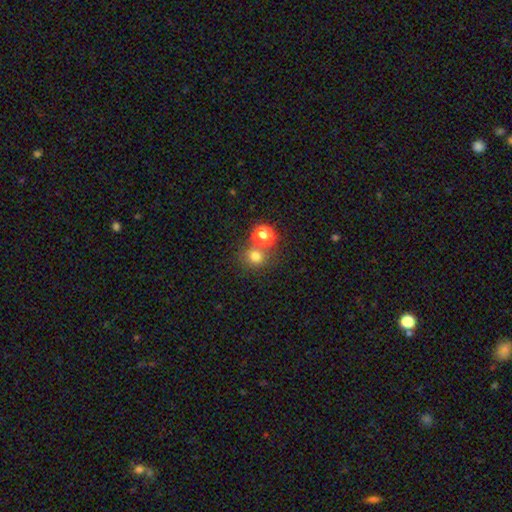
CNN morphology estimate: Smooth or featured? Predicted: smooth (p=0.73). How rounded? Predicted: round (p=0.84). Merging? Predicted: none (p=0.65).